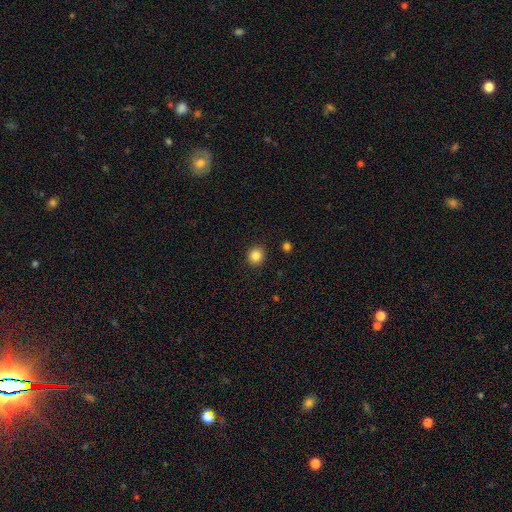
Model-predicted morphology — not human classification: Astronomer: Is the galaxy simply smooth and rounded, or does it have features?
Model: smooth — 85%.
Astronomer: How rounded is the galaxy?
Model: round — 89%.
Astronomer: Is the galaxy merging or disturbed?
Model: none — 92%.